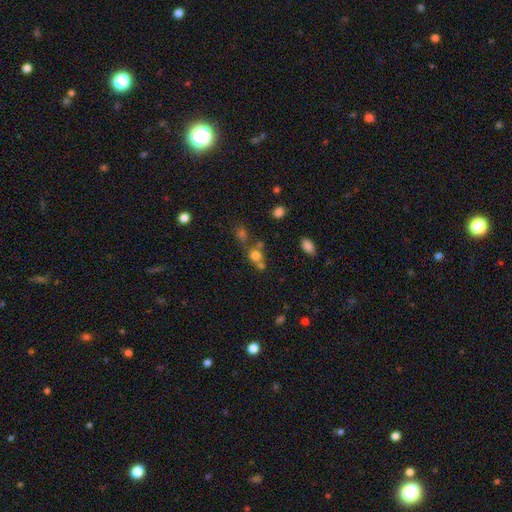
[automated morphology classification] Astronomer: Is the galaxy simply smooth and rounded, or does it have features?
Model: smooth — 70%.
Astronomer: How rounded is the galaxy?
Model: round — 72%.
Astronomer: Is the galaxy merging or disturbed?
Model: none — 44% (runner-up: merger, 40%).